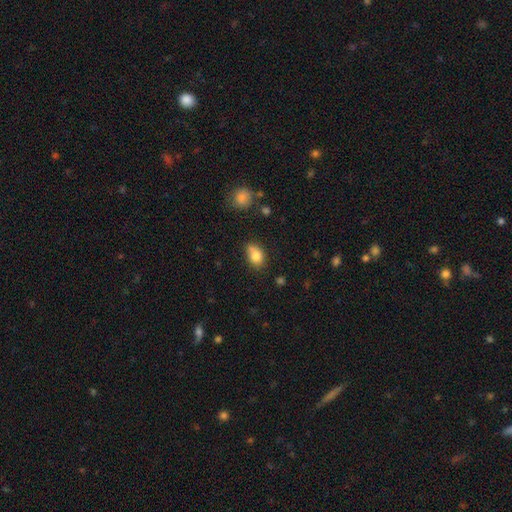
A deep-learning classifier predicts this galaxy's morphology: The model was most divided on "merging": none: 59%, minor disturbance: 28%, merger: 8%, major disturbance: 6%. More confident: smooth or featured — smooth (81%); how rounded — in between (76%).